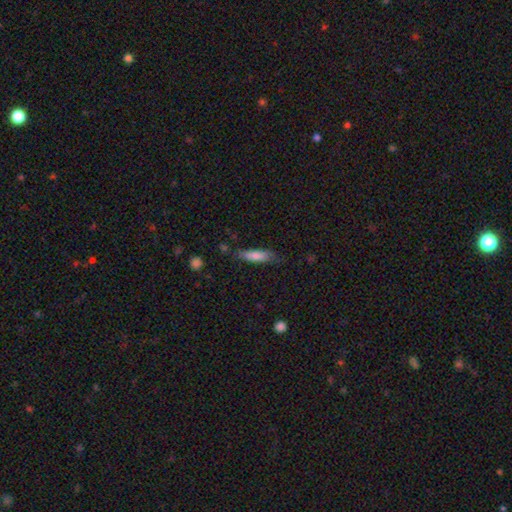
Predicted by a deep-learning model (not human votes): Smooth or featured? Predicted: smooth (p=0.78). How rounded? Predicted: cigar-shaped (p=0.63). Merging? Predicted: none (p=0.70).